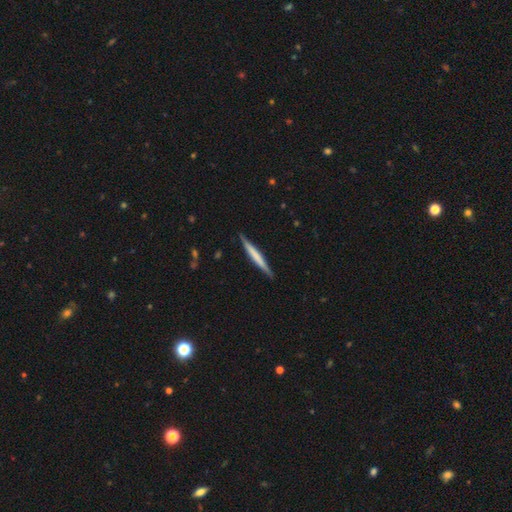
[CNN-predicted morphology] A smooth galaxy with no disk features (51%) that is cigar-shaped (96%).

Vote fractions:
- Smooth or featured? smooth: 51% / featured or disk: 44% / star or artifact: 5%
- How rounded? cigar-shaped: 96% / in between: 3% / round: 1%
- Merging? none: 89% / minor disturbance: 8% / major disturbance: 2% / merger: 1%